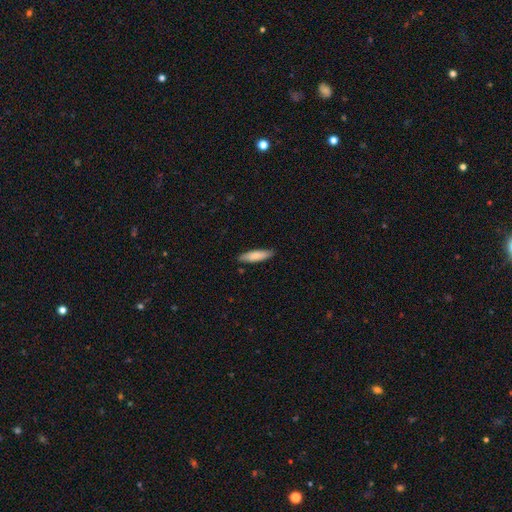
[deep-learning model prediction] Smooth or featured? smooth (81%)
How rounded? cigar-shaped (68%)
Merging? none (88%)